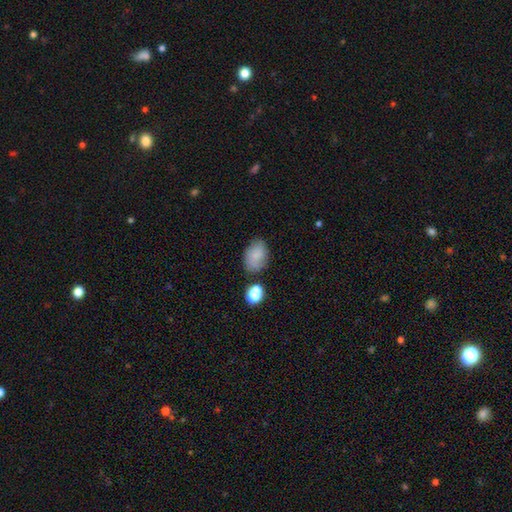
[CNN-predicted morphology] Smooth or featured?
  - smooth: 78% *
  - featured or disk: 12%
  - star or artifact: 10%
How rounded?
  - in between: 73% *
  - round: 25%
  - cigar-shaped: 1%
Merging?
  - none: 67% *
  - minor disturbance: 21%
  - merger: 7%
  - major disturbance: 6%